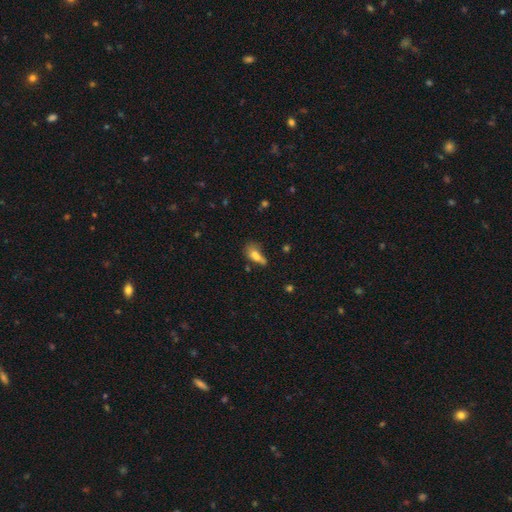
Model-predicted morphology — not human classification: Q: Smooth or featured?
A: smooth (68%); runner-up: featured or disk (19%)
Q: How rounded?
A: in between (75%); runner-up: cigar-shaped (14%)
Q: Merging?
A: none (28%); runner-up: merger (26%)